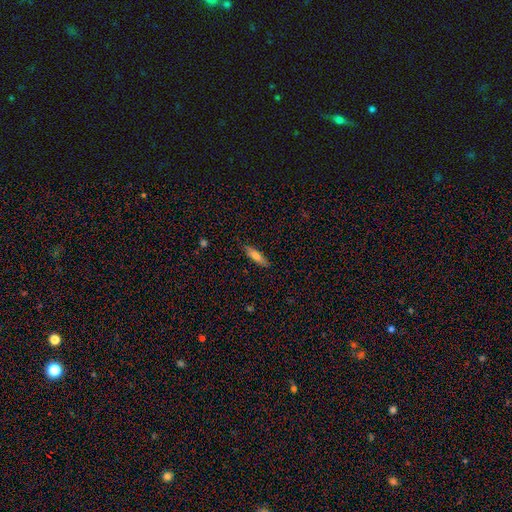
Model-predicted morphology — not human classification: Smooth or featured? Predicted: smooth (p=0.69). How rounded? Predicted: cigar-shaped (p=0.68). Merging? Predicted: none (p=0.85).